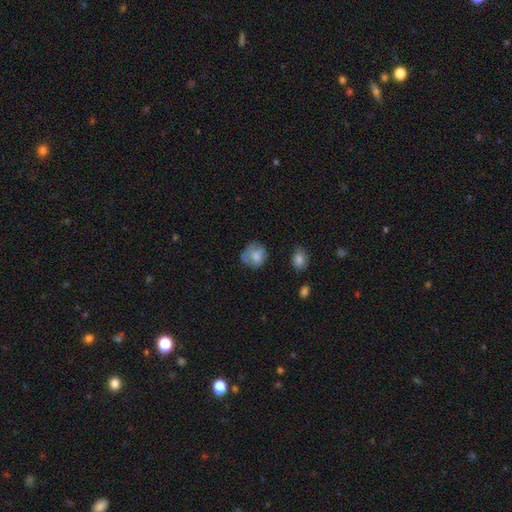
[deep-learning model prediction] Smooth or featured?
  - smooth: 70% *
  - featured or disk: 21%
  - star or artifact: 8%
How rounded?
  - round: 73% *
  - in between: 26%
  - cigar-shaped: 1%
Merging?
  - none: 54% *
  - minor disturbance: 30%
  - major disturbance: 13%
  - merger: 3%